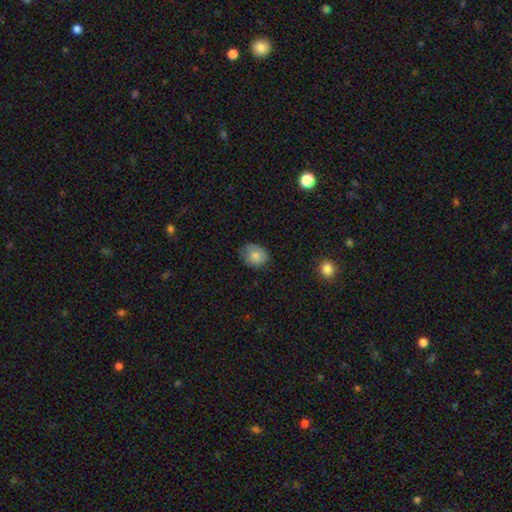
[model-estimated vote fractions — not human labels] Smooth or featured? Predicted: smooth (p=0.79). How rounded? Predicted: round (p=0.56). Merging? Predicted: none (p=0.60).